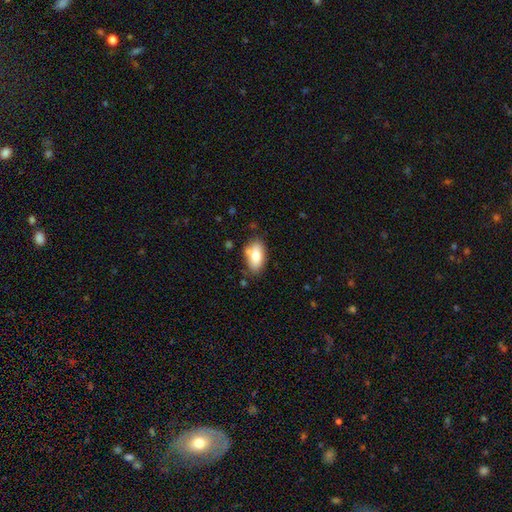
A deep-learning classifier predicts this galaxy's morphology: A smooth galaxy with no disk features (80%) that is in between round and cigar-shaped (92%). Merging: none (71%).